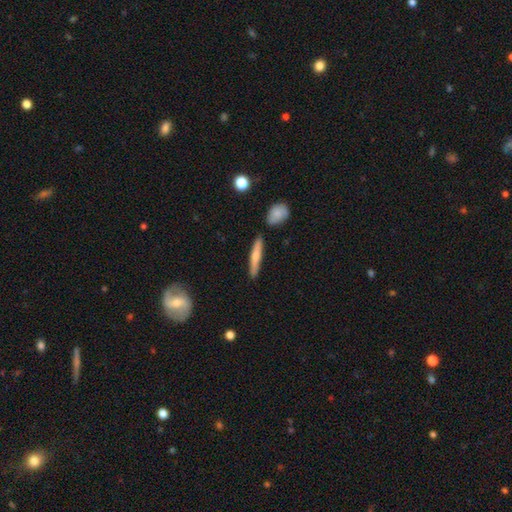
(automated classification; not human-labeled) A smooth galaxy with no disk features (61%) that is cigar-shaped (91%). Merging: none (84%).